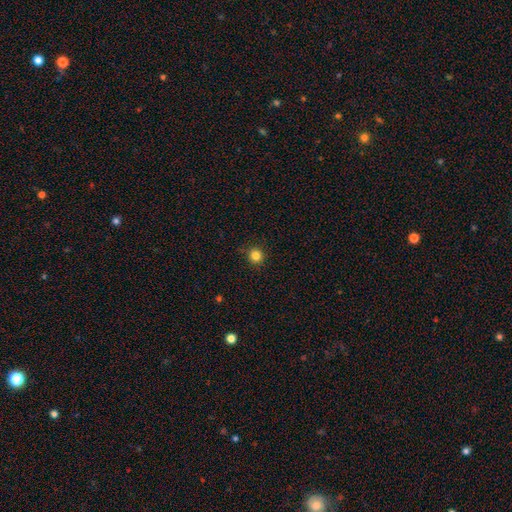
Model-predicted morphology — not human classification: smooth 83%, star or artifact 12%, featured or disk 4%. Down the decision tree: how rounded — round (94%); merging — none (90%).